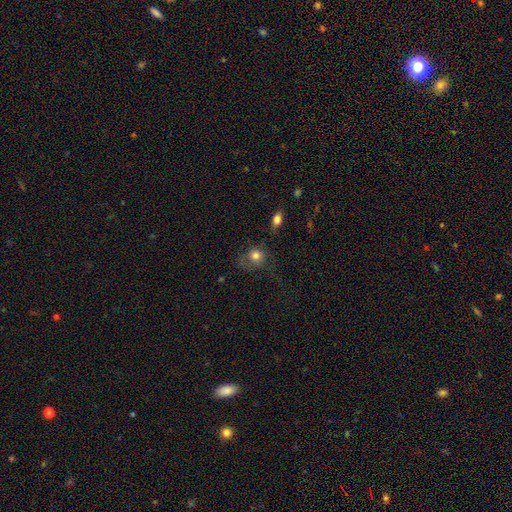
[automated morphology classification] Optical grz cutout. It shows a smooth galaxy with no disk features (78%) that is round (74%). Merging: none (49%).